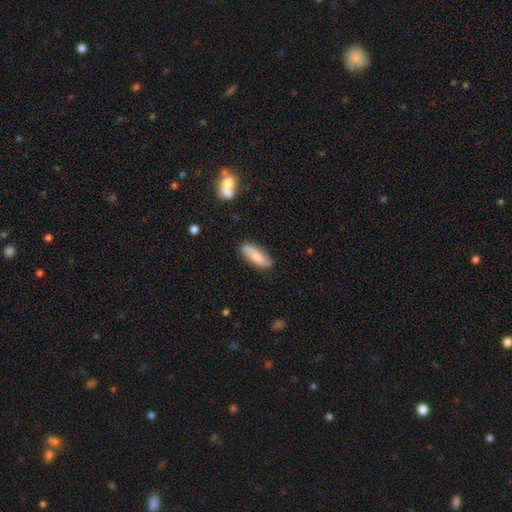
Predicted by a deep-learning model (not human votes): A smooth galaxy with no disk features (74%) that is in between round and cigar-shaped (58%).

Vote fractions:
- Smooth or featured? smooth: 74% / featured or disk: 19% / star or artifact: 6%
- How rounded? in between: 58% / cigar-shaped: 40% / round: 2%
- Merging? none: 82% / minor disturbance: 14% / major disturbance: 3% / merger: 2%